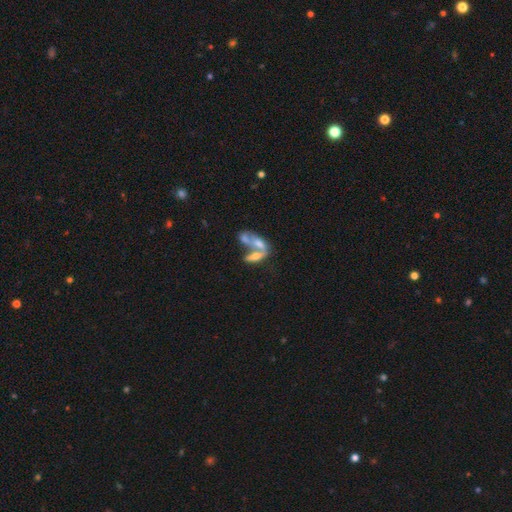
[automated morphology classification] smooth_or_featured: smooth (p=0.45) [alt: featured or disk p=0.44]
merging: merger (p=0.69) [alt: none p=0.17]